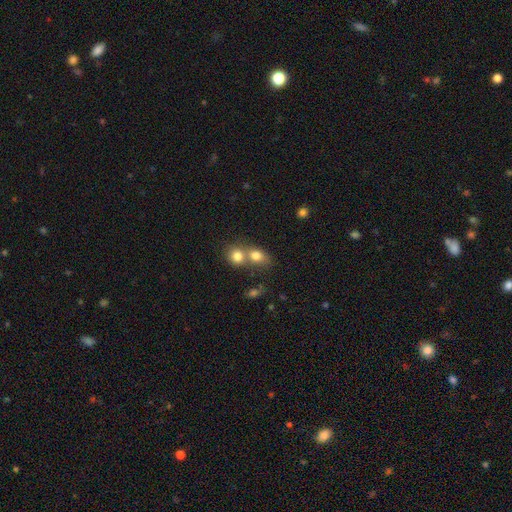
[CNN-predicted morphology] Smooth or featured?
  - smooth: 77% *
  - featured or disk: 12%
  - star or artifact: 11%
How rounded?
  - round: 49% * (tied)
  - in between: 49% * (tied)
  - cigar-shaped: 2%
Merging?
  - merger: 61% *
  - none: 29%
  - minor disturbance: 7%
  - major disturbance: 3%